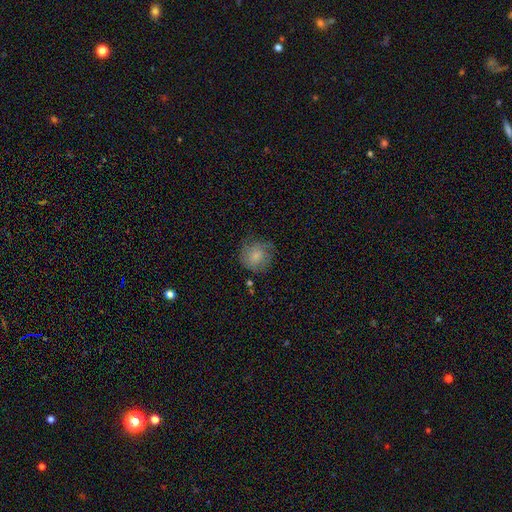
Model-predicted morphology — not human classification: smooth 71%, featured or disk 21%, star or artifact 8%. Down the decision tree: how rounded — round (87%); merging — none (62%).